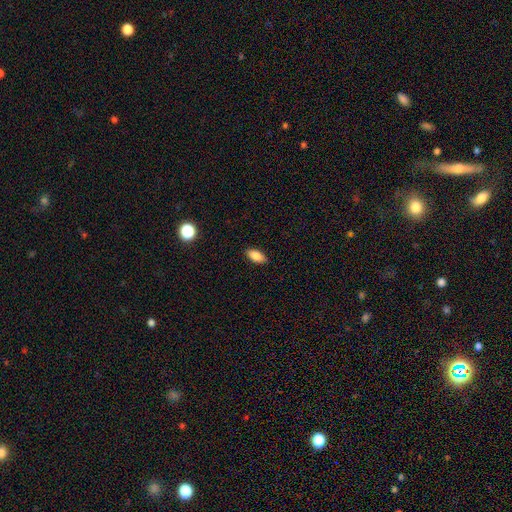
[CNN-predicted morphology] A smooth galaxy with no disk features (86%) that is in between round and cigar-shaped (89%).

Vote fractions:
- Smooth or featured? smooth: 86% / star or artifact: 8% / featured or disk: 7%
- How rounded? in between: 89% / cigar-shaped: 8% / round: 3%
- Merging? none: 87% / minor disturbance: 10% / major disturbance: 2% / merger: 1%